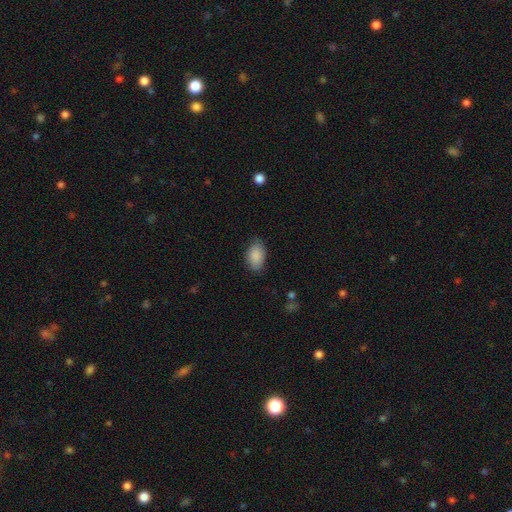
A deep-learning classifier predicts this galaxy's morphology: smooth_or_featured: smooth (p=0.89) [alt: star or artifact p=0.06]
how_rounded: in between (p=0.92) [alt: round p=0.07]
merging: none (p=0.79) [alt: minor disturbance p=0.17]